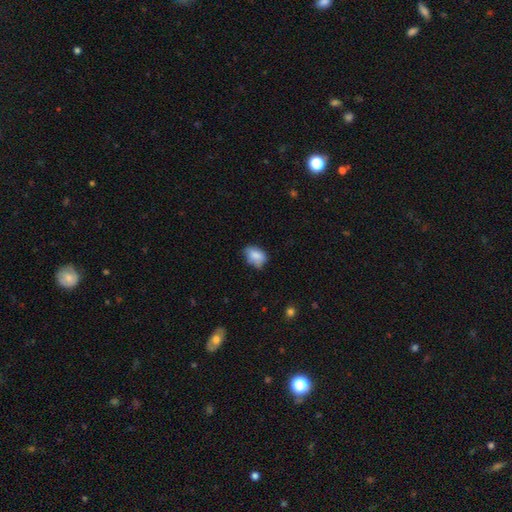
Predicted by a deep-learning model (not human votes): smooth_or_featured: smooth (p=0.81) [alt: featured or disk p=0.11]
how_rounded: in between (p=0.76) [alt: round p=0.23]
merging: none (p=0.57) [alt: minor disturbance p=0.34]